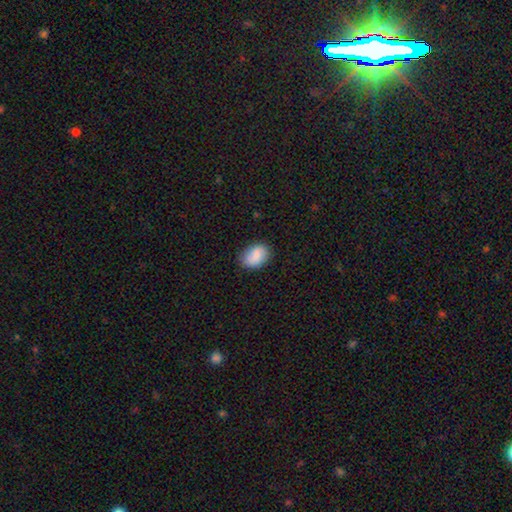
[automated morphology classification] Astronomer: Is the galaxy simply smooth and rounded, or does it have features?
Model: smooth — 83%.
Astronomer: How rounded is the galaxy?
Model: in between — 80%.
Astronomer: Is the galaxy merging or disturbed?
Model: none — 79%.